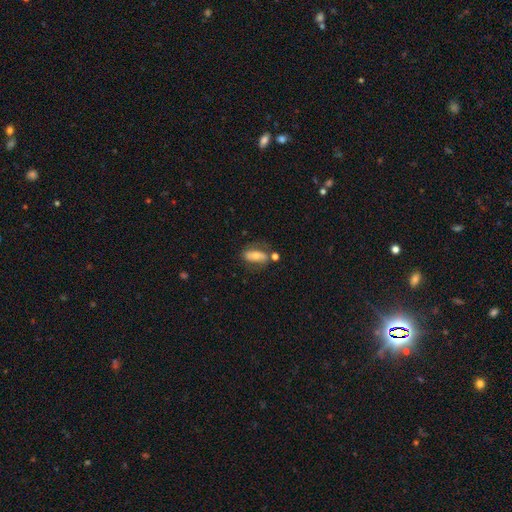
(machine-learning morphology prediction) Overall: smooth (55%; featured or disk 37%). How rounded: in between (75%). Merging: none (59%; minor disturbance 19%).